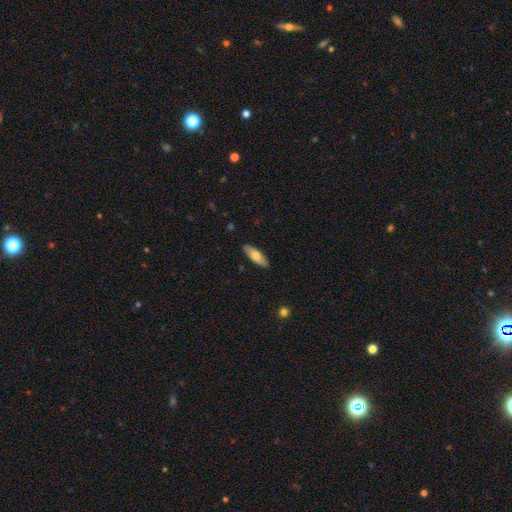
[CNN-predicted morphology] Smooth or featured: smooth — 71% (featured or disk — 24%)
How rounded: in between — 63% (cigar-shaped — 35%)
Merging: none — 88% (minor disturbance — 9%)